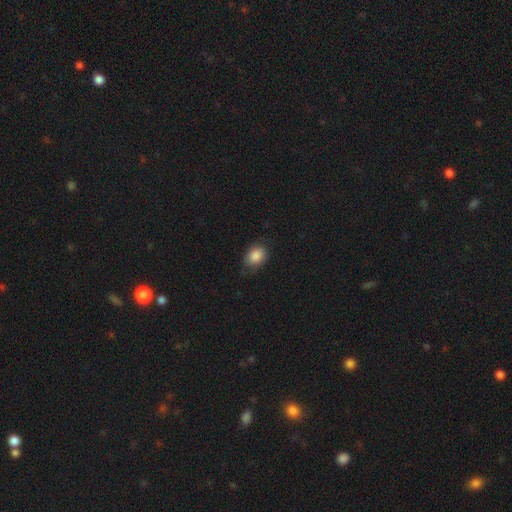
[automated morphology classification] A smooth galaxy with no disk features (86%) that is in between round and cigar-shaped (64%). Merging: none (73%).